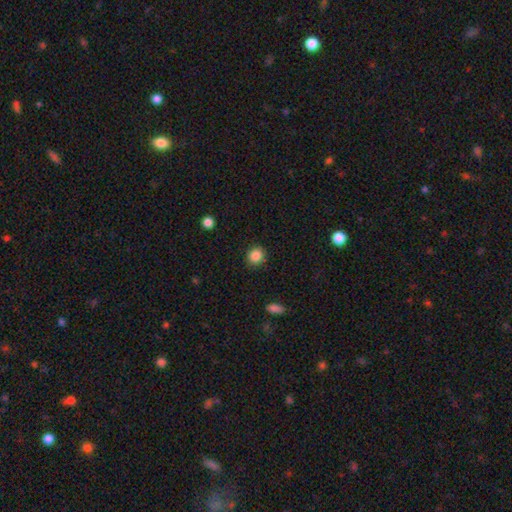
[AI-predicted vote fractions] Smooth or featured?
  - smooth: 86% *
  - star or artifact: 10%
  - featured or disk: 4%
How rounded?
  - round: 82% *
  - in between: 17%
  - cigar-shaped: 1%
Merging?
  - none: 88% *
  - minor disturbance: 9%
  - major disturbance: 2%
  - merger: 1%